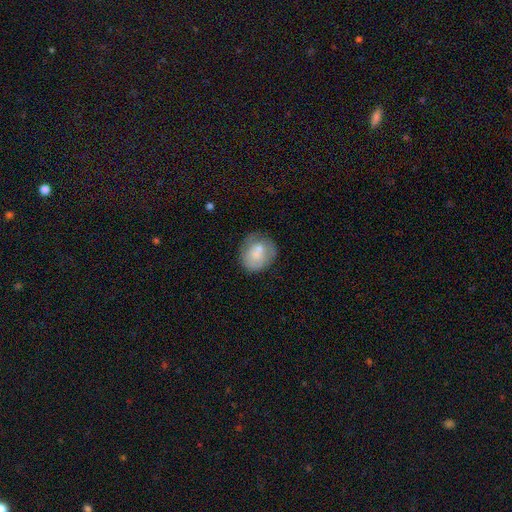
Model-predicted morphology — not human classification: Smooth or featured? smooth (70%)
How rounded? round (70%)
Merging? none (52%)